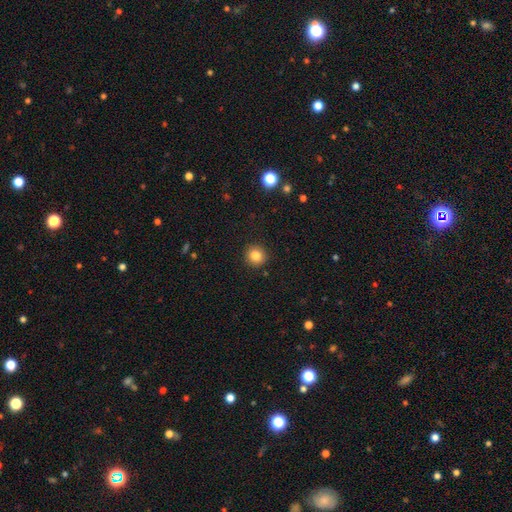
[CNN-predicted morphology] A smooth galaxy with no disk features (84%) that is round (93%). Merging: none (92%).